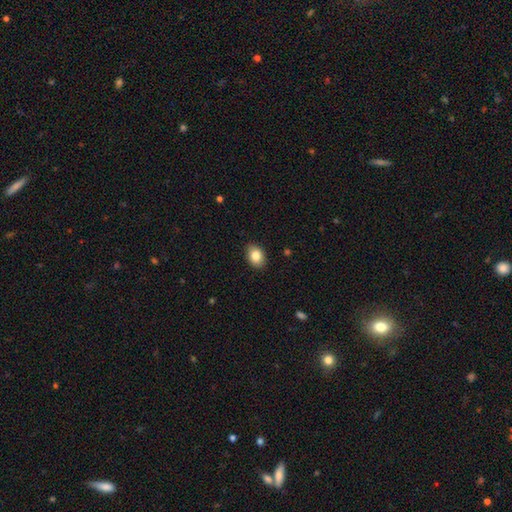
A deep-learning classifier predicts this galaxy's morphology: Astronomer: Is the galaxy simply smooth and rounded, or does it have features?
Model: smooth — 84%.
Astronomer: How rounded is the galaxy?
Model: in between — 77%.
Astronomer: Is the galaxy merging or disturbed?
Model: none — 88%.